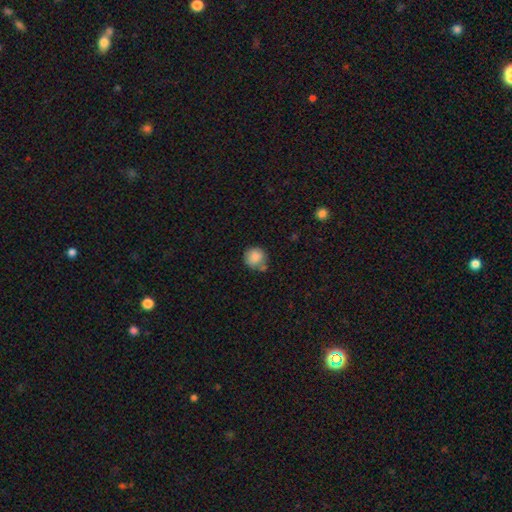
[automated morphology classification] Smooth or featured? smooth (85%)
How rounded? round (90%)
Merging? none (63%)